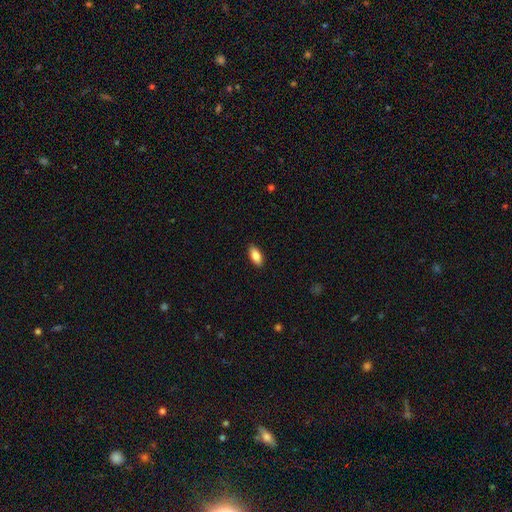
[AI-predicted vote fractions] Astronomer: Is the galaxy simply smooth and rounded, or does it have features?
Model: smooth — 84%.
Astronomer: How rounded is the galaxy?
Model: in between — 88%.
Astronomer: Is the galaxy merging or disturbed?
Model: none — 90%.